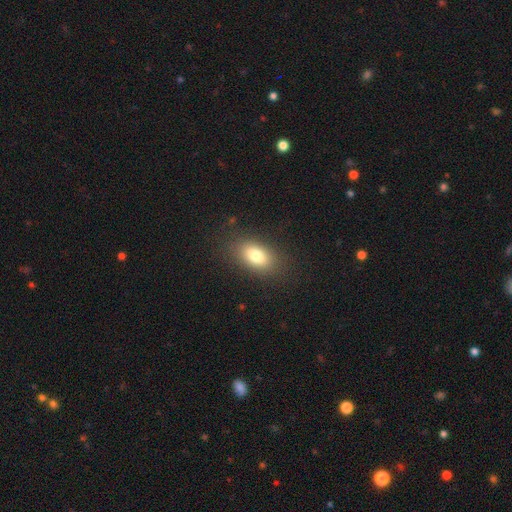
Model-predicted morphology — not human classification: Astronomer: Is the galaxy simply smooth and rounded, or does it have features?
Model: smooth — 79%.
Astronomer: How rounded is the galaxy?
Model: in between — 88%.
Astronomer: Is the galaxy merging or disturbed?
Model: none — 85%.